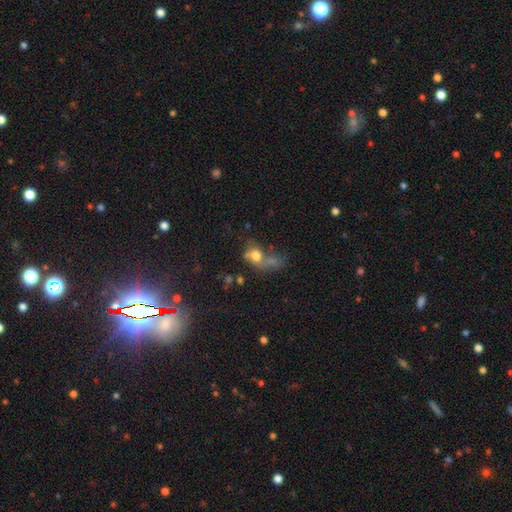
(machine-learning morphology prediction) A smooth galaxy with no disk features (63%) that is in between round and cigar-shaped (56%). Merging: merger (37%).